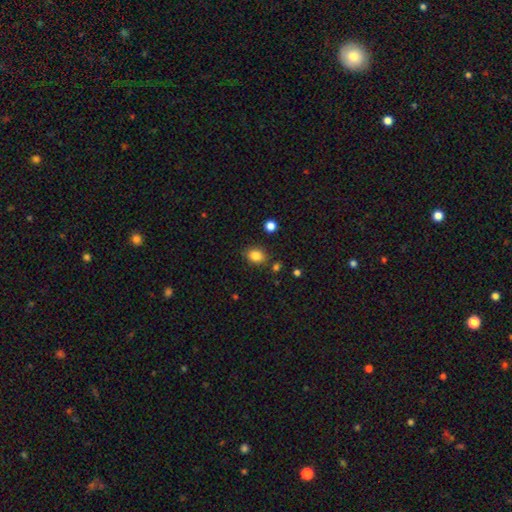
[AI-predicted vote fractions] This appears to be a smooth galaxy with no disk features (84%) that is in between round and cigar-shaped (53%). Merging: none (82%).